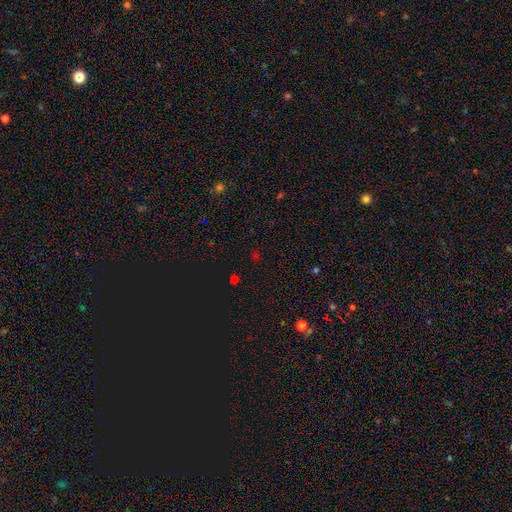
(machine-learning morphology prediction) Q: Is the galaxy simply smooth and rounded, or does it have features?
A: star or artifact — 57%.